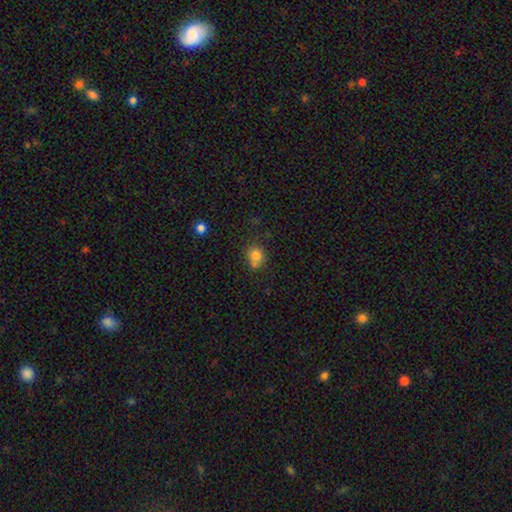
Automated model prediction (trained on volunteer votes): This appears to be a smooth galaxy with no disk features (79%) that is round (79%). Merging: none (58%).